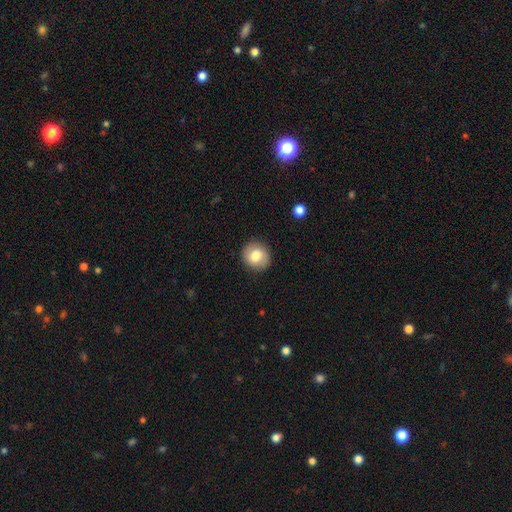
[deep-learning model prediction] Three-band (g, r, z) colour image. It shows a smooth galaxy with no disk features (77%) that is round (85%). Merging: none (89%).